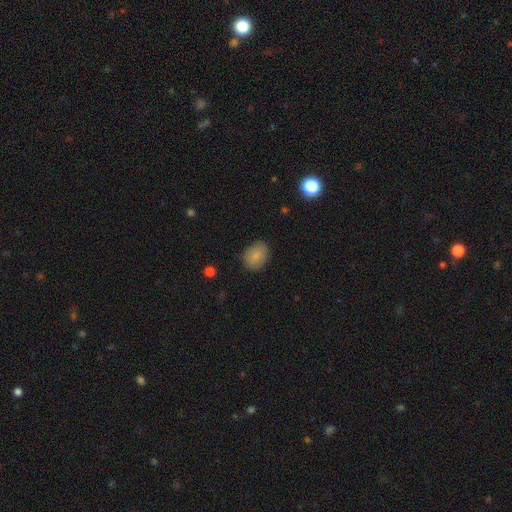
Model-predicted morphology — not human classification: This appears to be a smooth galaxy with no disk features (82%) that is in between round and cigar-shaped (66%). Merging: none (83%).